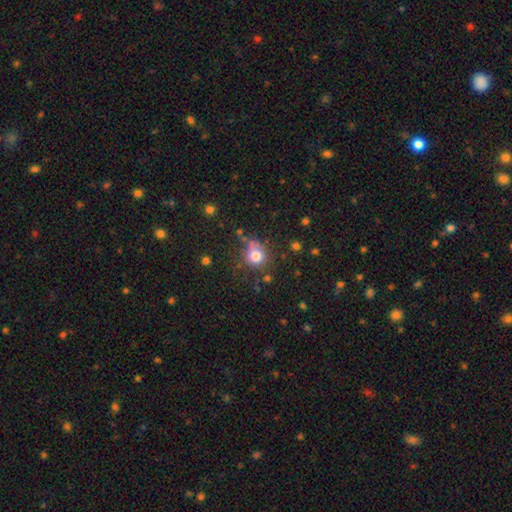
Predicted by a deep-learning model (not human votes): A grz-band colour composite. It shows a smooth galaxy with no disk features (77%) that is round (85%). Merging: none (62%).